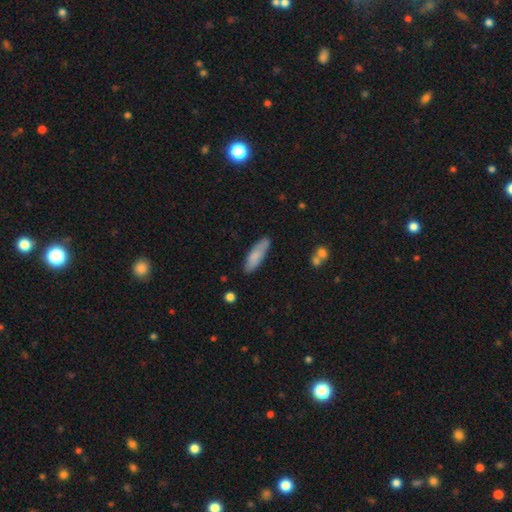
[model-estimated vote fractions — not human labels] Smooth or featured? smooth (79%)
How rounded? cigar-shaped (55%)
Merging? none (79%)